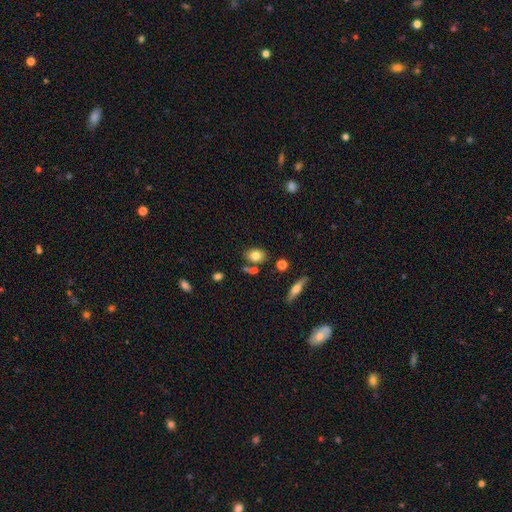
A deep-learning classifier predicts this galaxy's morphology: The model was most divided on "how rounded": in between: 72%, round: 26%, cigar-shaped: 2%. More confident: smooth or featured — smooth (78%); merging — none (73%).